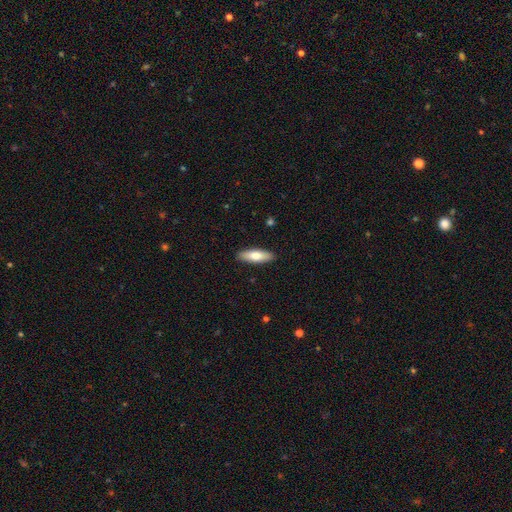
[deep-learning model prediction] The model was most divided on "how rounded": in between: 53%, cigar-shaped: 45%, round: 2%. More confident: merging — none (90%); smooth or featured — smooth (72%).